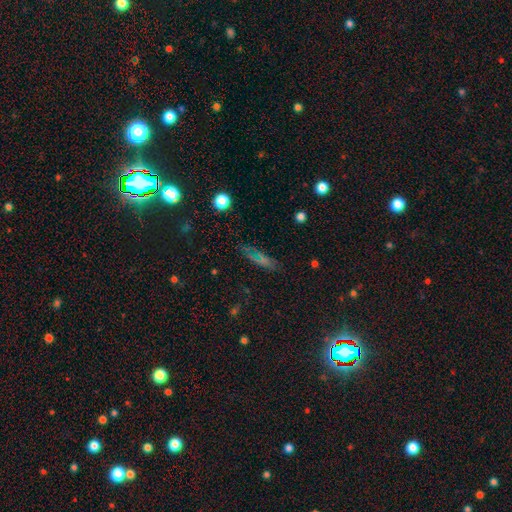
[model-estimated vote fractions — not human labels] A smooth galaxy with no disk features (44%).

Vote fractions:
- Smooth or featured? smooth: 44% / star or artifact: 28% / featured or disk: 27%
- Merging? none: 72% / minor disturbance: 16% / major disturbance: 8% / merger: 3%